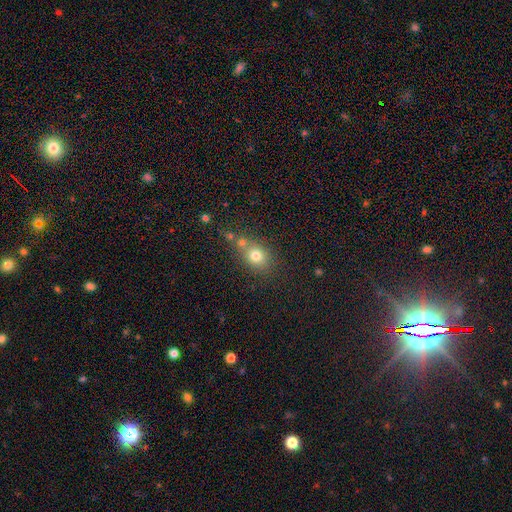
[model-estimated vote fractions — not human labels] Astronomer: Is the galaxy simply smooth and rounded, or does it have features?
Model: smooth — 74%.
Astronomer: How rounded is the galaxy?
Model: round — 64%.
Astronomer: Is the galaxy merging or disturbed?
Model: none — 53% (runner-up: merger, 31%).